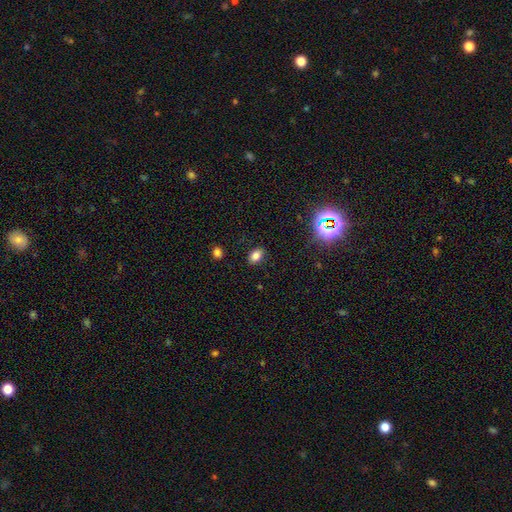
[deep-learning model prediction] Smooth or featured? Predicted: smooth (p=0.78). How rounded? Predicted: in between (p=0.82). Merging? Predicted: none (p=0.86).